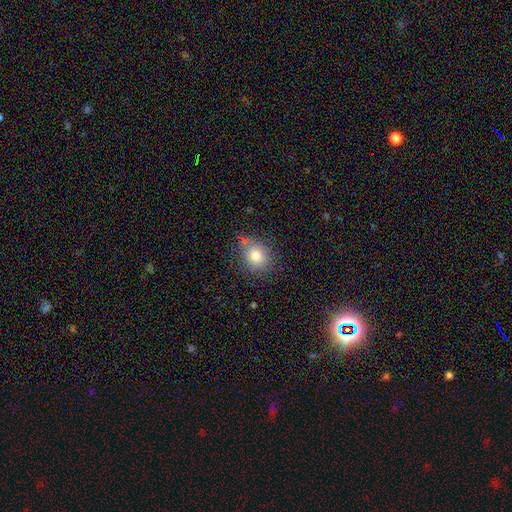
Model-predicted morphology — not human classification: A smooth galaxy with no disk features (81%) that is round (64%).

Vote fractions:
- Smooth or featured? smooth: 81% / star or artifact: 10% / featured or disk: 9%
- How rounded? round: 64% / in between: 35% / cigar-shaped: 1%
- Merging? none: 74% / minor disturbance: 18% / major disturbance: 5% / merger: 3%